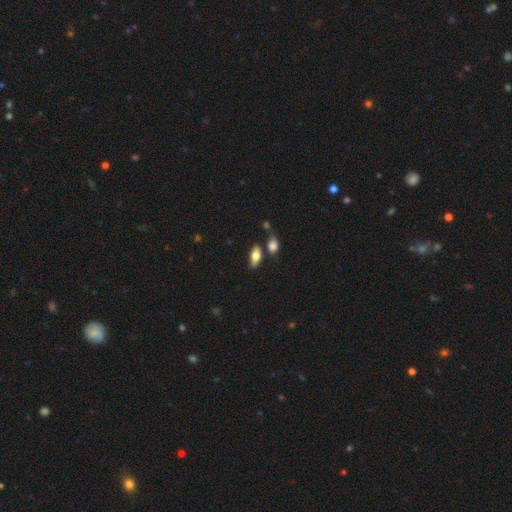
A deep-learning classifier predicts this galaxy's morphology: A smooth galaxy with no disk features (71%) that is in between round and cigar-shaped (82%). Merging: none (71%).